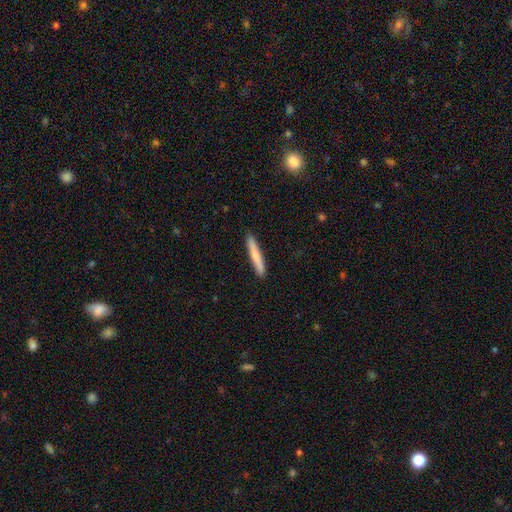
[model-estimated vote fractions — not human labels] The model was most divided on "smooth or featured": smooth: 72%, featured or disk: 23%, star or artifact: 5%. More confident: how rounded — cigar-shaped (95%); merging — none (90%).